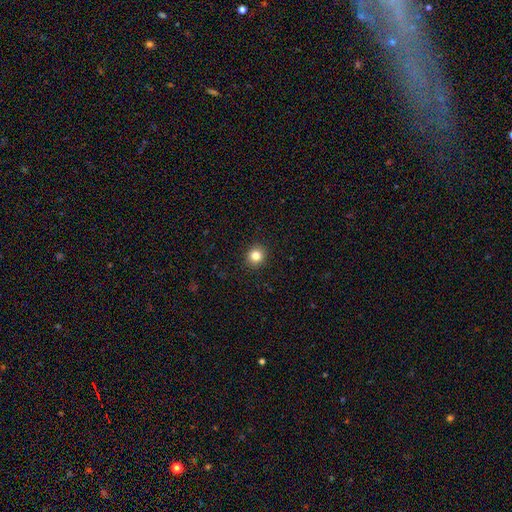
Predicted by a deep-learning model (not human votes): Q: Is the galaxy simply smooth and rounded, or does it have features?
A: smooth — 84%.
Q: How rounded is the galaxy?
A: round — 90%.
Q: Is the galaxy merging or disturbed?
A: none — 93%.